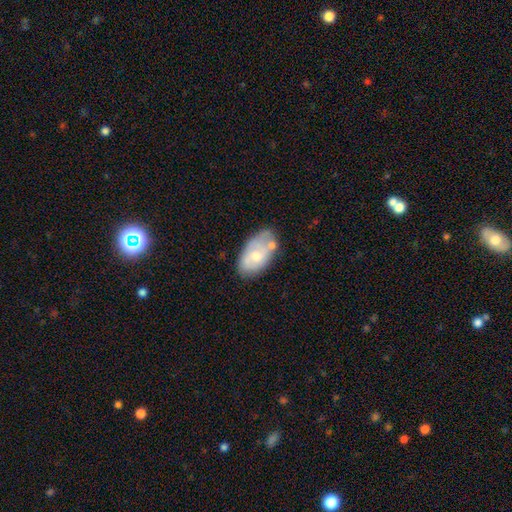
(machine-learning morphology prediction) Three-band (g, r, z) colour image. It shows a smooth galaxy with no disk features (54%) that is in between round and cigar-shaped (93%). Merging: none (49%).